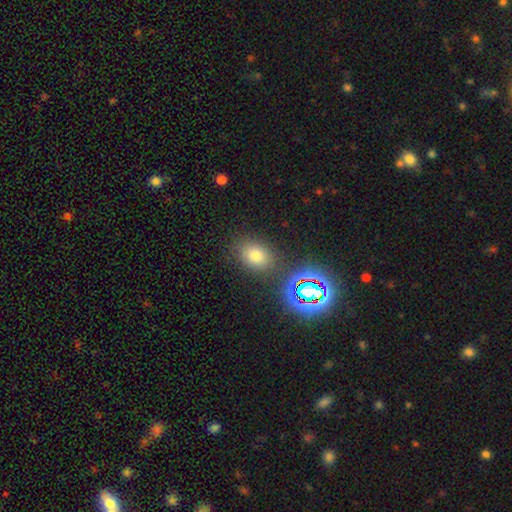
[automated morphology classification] Smooth or featured?
  - smooth: 67% *
  - star or artifact: 23%
  - featured or disk: 10%
How rounded?
  - in between: 66% *
  - round: 32%
  - cigar-shaped: 1%
Merging?
  - none: 82% *
  - minor disturbance: 10%
  - merger: 4%
  - major disturbance: 4%